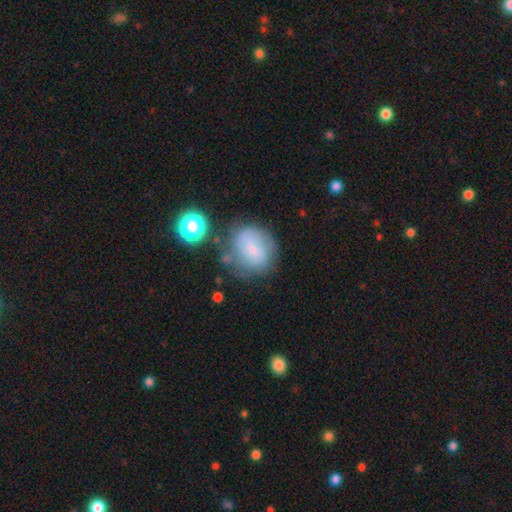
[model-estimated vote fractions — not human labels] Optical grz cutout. It shows a smooth galaxy with no disk features (58%) that is round (67%). Merging: none (58%).